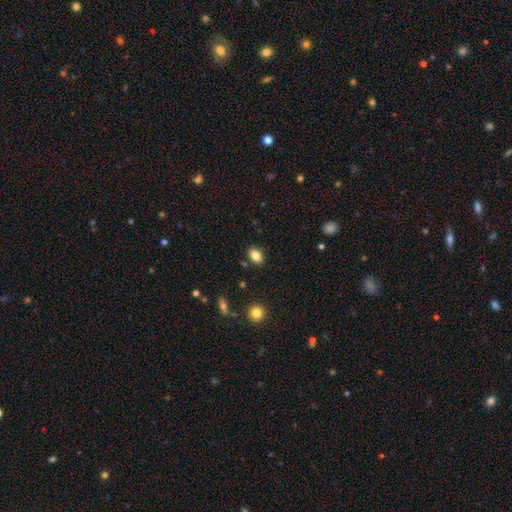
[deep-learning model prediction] Smooth or featured? Predicted: smooth (p=0.83). How rounded? Predicted: in between (p=0.78). Merging? Predicted: none (p=0.85).